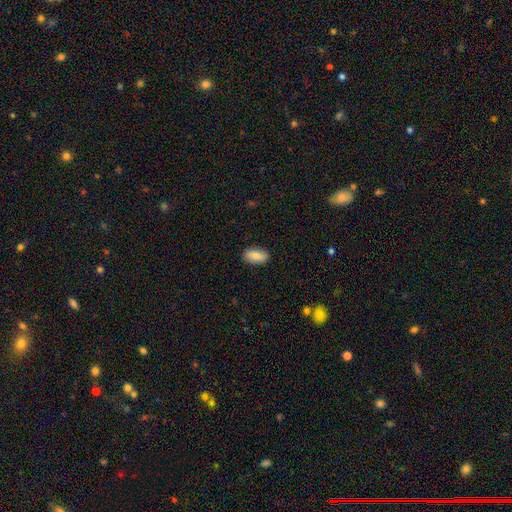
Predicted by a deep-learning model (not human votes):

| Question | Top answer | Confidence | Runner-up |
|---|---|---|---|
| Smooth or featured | smooth | 77% | featured or disk (16%) |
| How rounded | in between | 91% | cigar-shaped (5%) |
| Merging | none | 87% | minor disturbance (10%) |